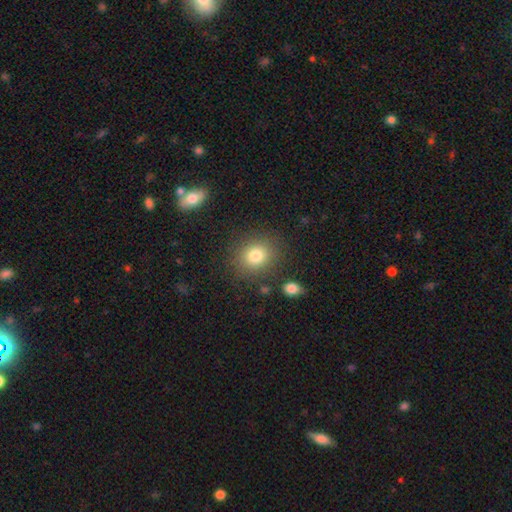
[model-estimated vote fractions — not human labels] This appears to be a smooth galaxy with no disk features (80%) that is round (70%). Merging: none (83%).